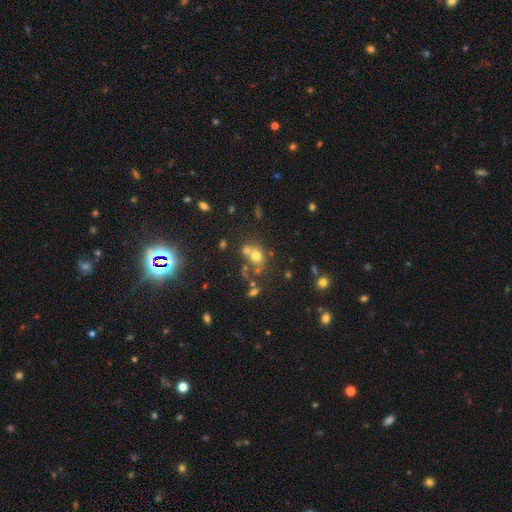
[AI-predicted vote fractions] Smooth or featured? Predicted: smooth (p=0.63). How rounded? Predicted: round (p=0.74). Merging? Predicted: none (p=0.43).